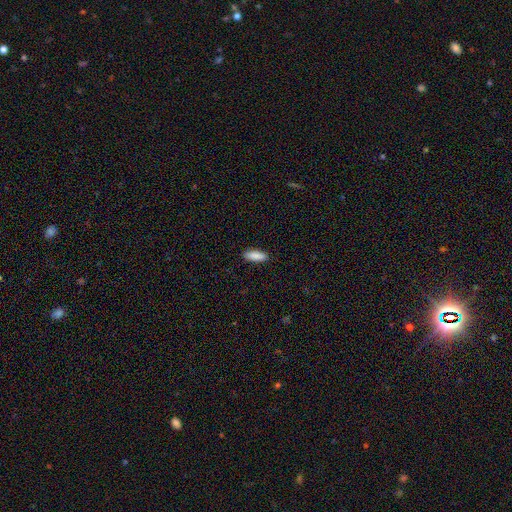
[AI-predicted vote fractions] A smooth galaxy with no disk features (90%) that is in between round and cigar-shaped (69%).

Vote fractions:
- Smooth or featured? smooth: 90% / star or artifact: 6% / featured or disk: 4%
- How rounded? in between: 69% / cigar-shaped: 30% / round: 2%
- Merging? none: 90% / minor disturbance: 7% / major disturbance: 2% / merger: 1%